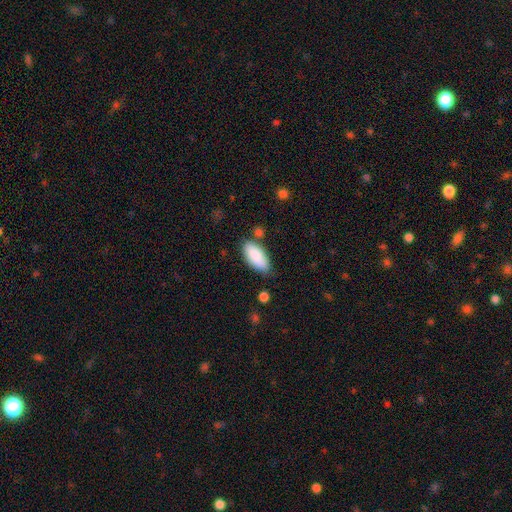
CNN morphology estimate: This is clearly a smooth galaxy (87%). How rounded: clearly in between (88%). Merging: likely none (73%).